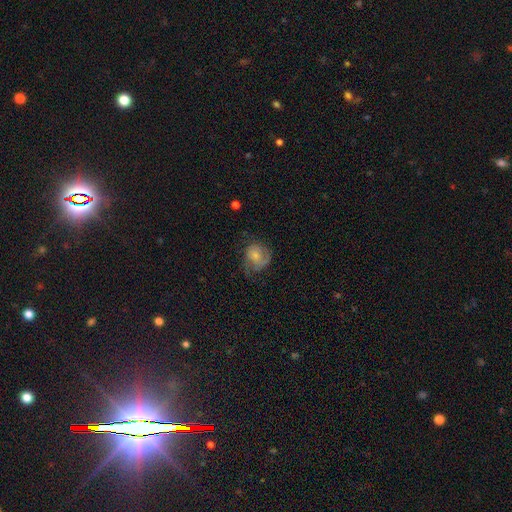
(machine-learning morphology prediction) Smooth or featured: featured or disk — 47% (smooth — 46%)
Merging: none — 45% (minor disturbance — 28%)